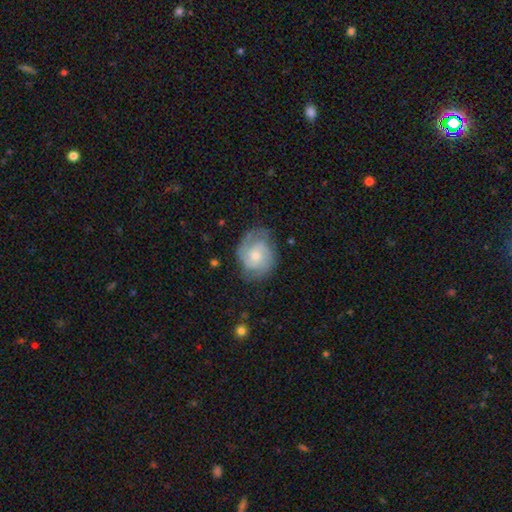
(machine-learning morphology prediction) This appears to be a featured or disk galaxy (78%) with no bar (67%), 2 (58%) tight (51%) spiral arms (95%) and a small central bulge (49%). Merging: none (72%).